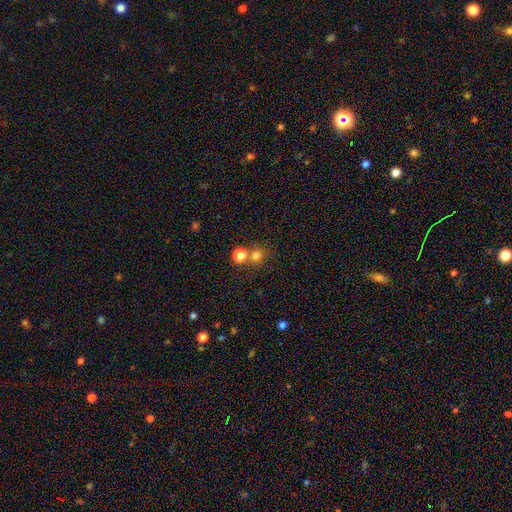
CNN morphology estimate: A smooth galaxy with no disk features (75%) that is round (87%). Merging: none (61%).